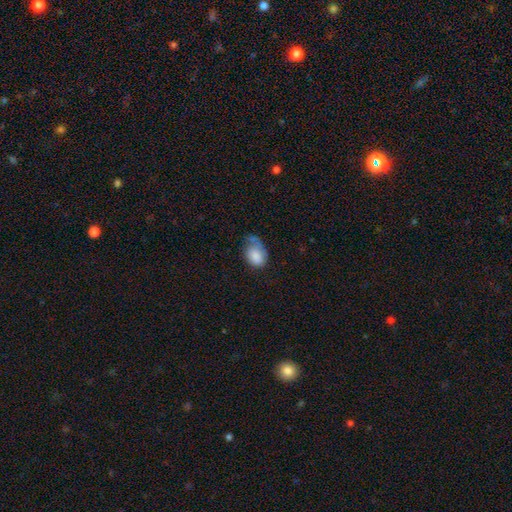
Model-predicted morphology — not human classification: smooth-or-featured: smooth: 78% | featured or disk: 15% | star or artifact: 7%
  how-rounded: in between: 77% | round: 22% | cigar-shaped: 1%
  merging: minor disturbance: 34% | none: 30% | major disturbance: 29% | merger: 7%